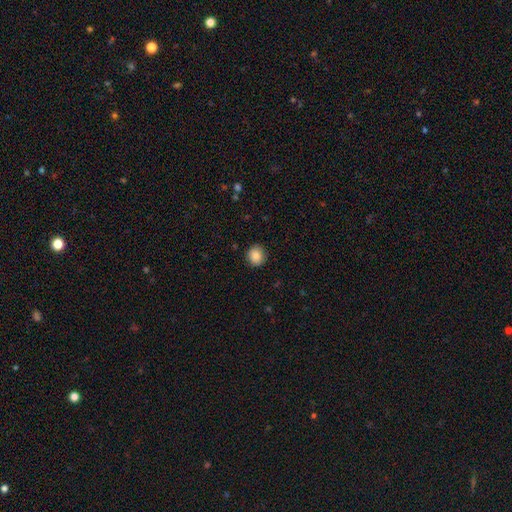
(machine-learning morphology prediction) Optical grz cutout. It shows a smooth galaxy with no disk features (88%) that is round (83%). Merging: none (89%).